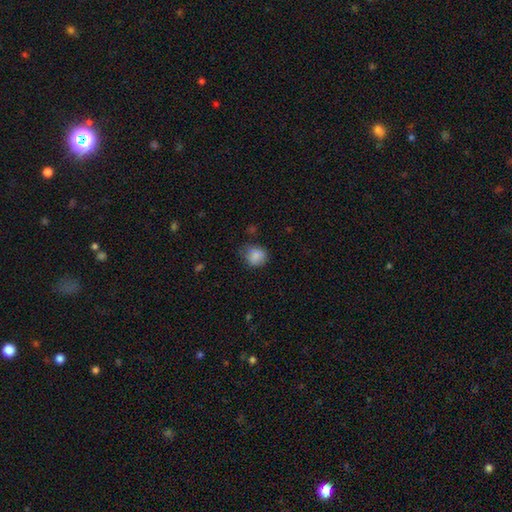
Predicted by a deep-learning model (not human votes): A smooth galaxy with no disk features (81%) that is round (65%).

Vote fractions:
- Smooth or featured? smooth: 81% / star or artifact: 10% / featured or disk: 9%
- How rounded? round: 65% / in between: 34% / cigar-shaped: 1%
- Merging? none: 60% / minor disturbance: 28% / major disturbance: 10% / merger: 3%